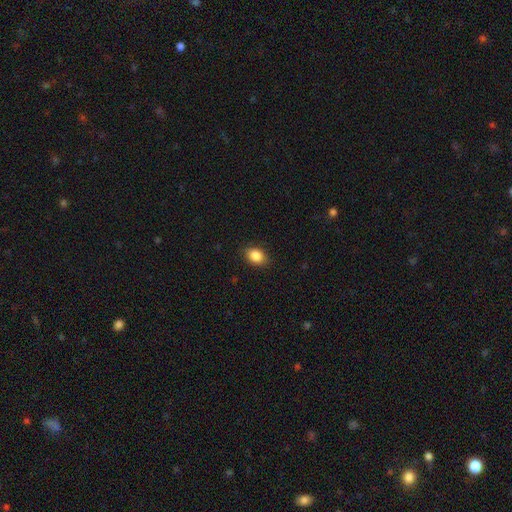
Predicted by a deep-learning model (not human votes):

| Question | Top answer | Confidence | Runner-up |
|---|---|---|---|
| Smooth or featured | smooth | 87% | star or artifact (9%) |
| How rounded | in between | 70% | round (28%) |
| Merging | none | 87% | minor disturbance (10%) |